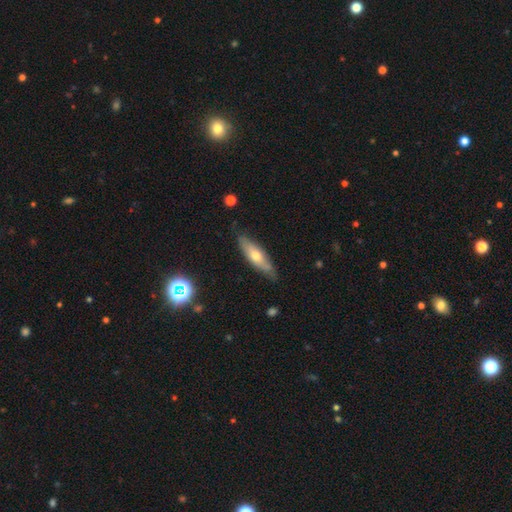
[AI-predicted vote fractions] smooth_or_featured: smooth (p=0.48) [alt: featured or disk p=0.45]
merging: none (p=0.80) [alt: minor disturbance p=0.16]